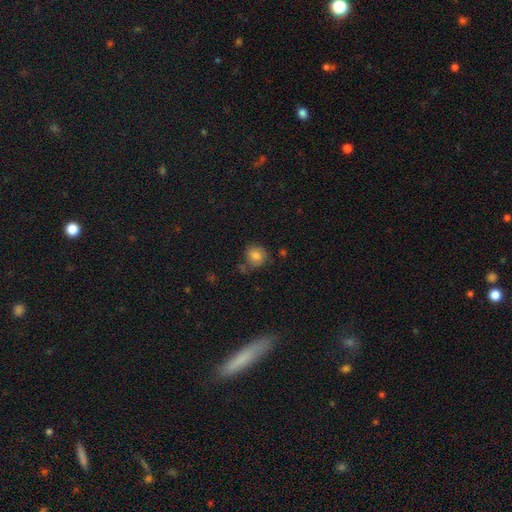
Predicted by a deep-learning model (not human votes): Overall: smooth (82%). How rounded: round (84%). Merging: none (71%).